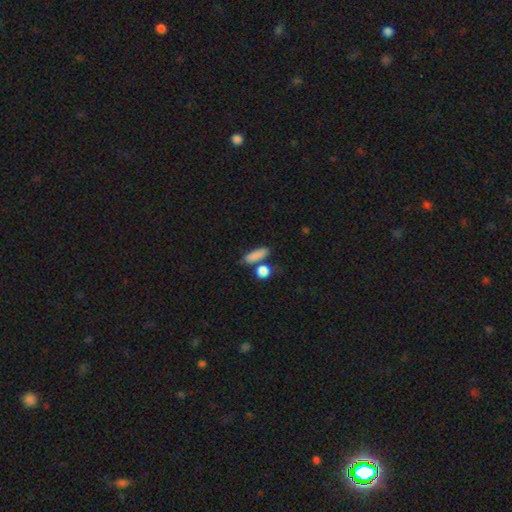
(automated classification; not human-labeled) Overall: smooth (85%). How rounded: in between (45%; cigar-shaped 40%). Merging: none (66%).